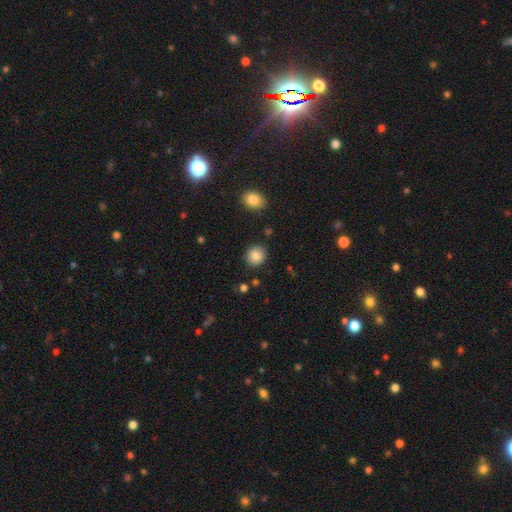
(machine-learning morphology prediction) The model was most divided on "how rounded": round: 81%, in between: 18%, cigar-shaped: 1%. More confident: smooth or featured — smooth (87%); merging — none (87%).